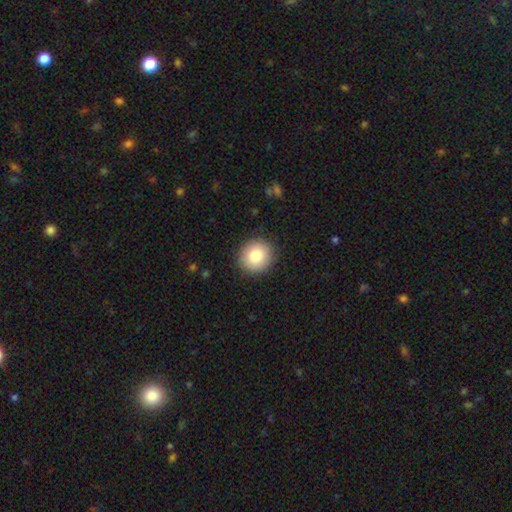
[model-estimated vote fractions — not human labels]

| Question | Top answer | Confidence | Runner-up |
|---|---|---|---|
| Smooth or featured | smooth | 85% | star or artifact (8%) |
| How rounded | round | 88% | in between (11%) |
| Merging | none | 90% | minor disturbance (7%) |